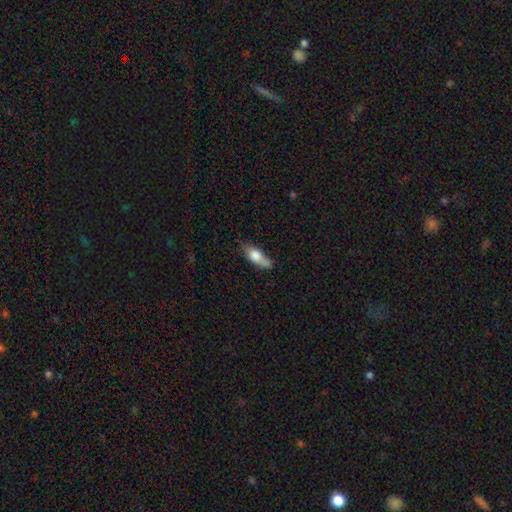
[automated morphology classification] Smooth or featured? smooth (67%)
How rounded? in between (65%)
Merging? none (48%)